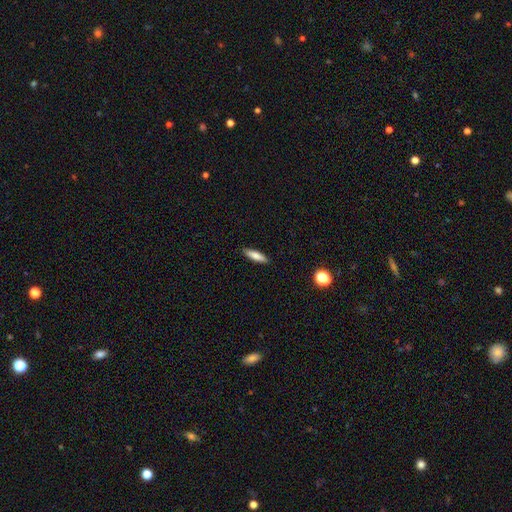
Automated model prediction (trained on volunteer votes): Smooth or featured? Predicted: smooth (p=0.76). How rounded? Predicted: cigar-shaped (p=0.67). Merging? Predicted: none (p=0.90).